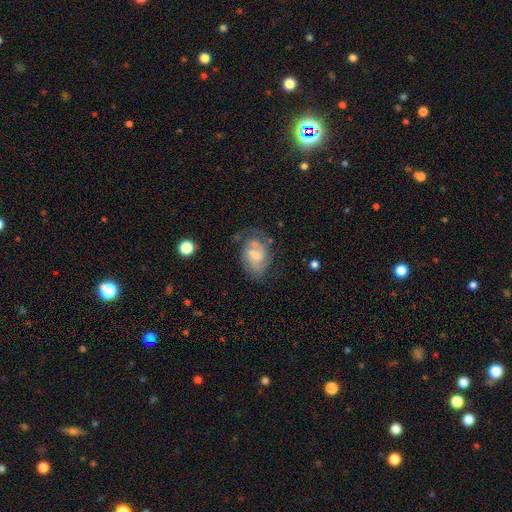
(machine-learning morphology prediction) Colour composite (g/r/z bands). It shows a featured or disk galaxy (63%) with no bar (59%), spiral arms (78%) and a small central bulge (48%). Merging: none (43%).